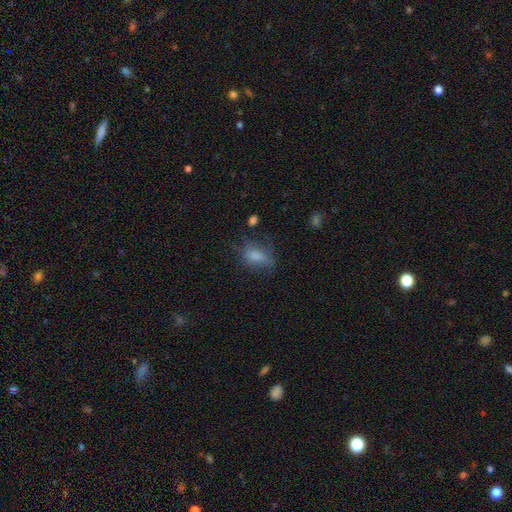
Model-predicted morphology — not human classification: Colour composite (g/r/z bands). It shows a smooth galaxy with no disk features (76%) that is in between round and cigar-shaped (82%). Merging: none (52%).